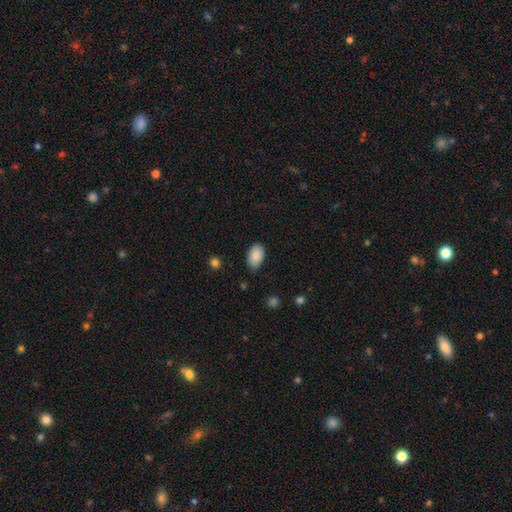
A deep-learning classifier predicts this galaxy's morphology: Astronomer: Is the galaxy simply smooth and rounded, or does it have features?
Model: smooth — 89%.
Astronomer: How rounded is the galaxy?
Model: in between — 92%.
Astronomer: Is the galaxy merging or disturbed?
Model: none — 80%.